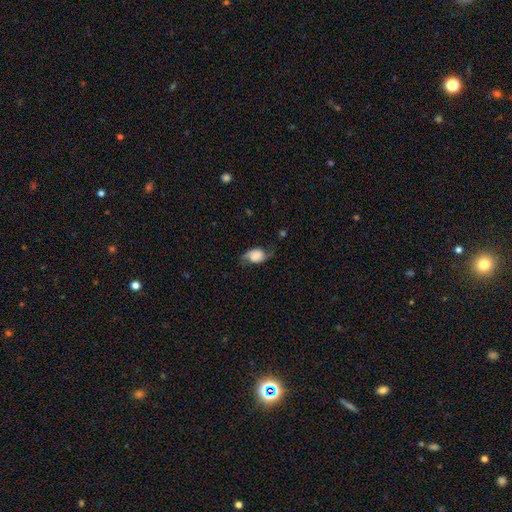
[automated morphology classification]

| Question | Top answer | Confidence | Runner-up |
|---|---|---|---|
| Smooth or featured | featured or disk | 48% | smooth (42%) |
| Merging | none | 61% | minor disturbance (25%) |